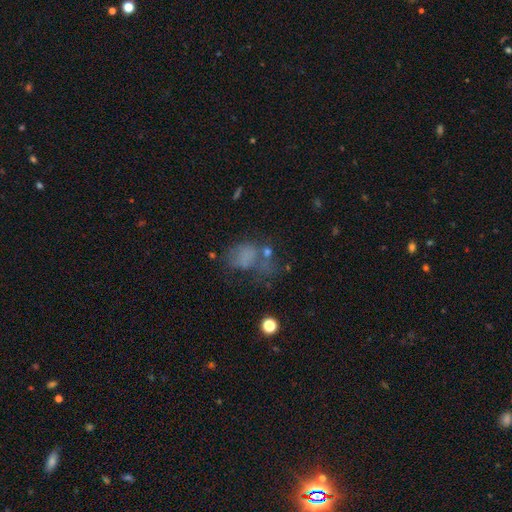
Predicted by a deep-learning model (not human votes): This is marginally a smooth galaxy (43%). Merging: marginally major disturbance (36%).